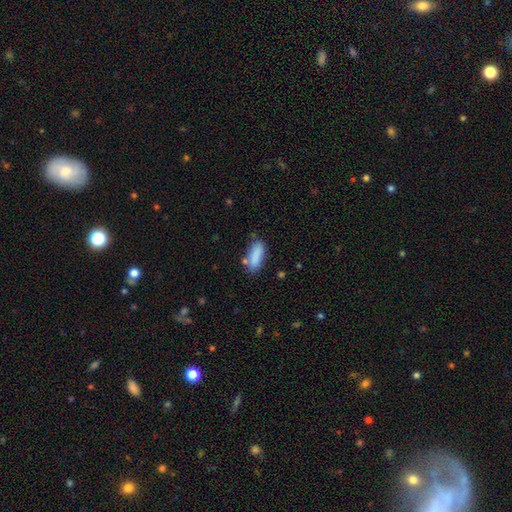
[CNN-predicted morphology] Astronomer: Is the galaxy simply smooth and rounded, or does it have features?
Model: smooth — 87%.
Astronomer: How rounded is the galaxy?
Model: in between — 74%.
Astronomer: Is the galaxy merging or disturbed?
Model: none — 71%.